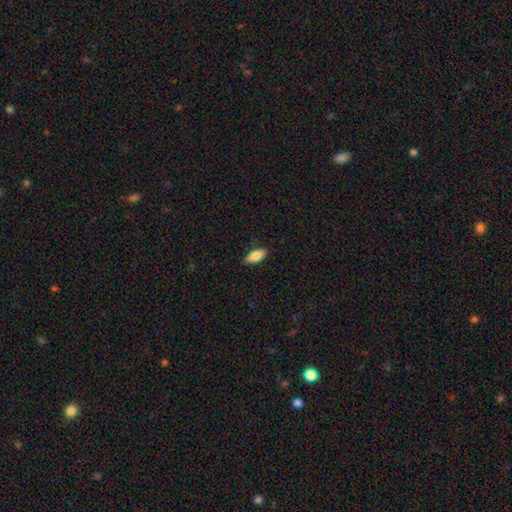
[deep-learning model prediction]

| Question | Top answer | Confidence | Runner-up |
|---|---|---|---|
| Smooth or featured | smooth | 82% | featured or disk (12%) |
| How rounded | in between | 81% | cigar-shaped (17%) |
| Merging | none | 87% | minor disturbance (10%) |